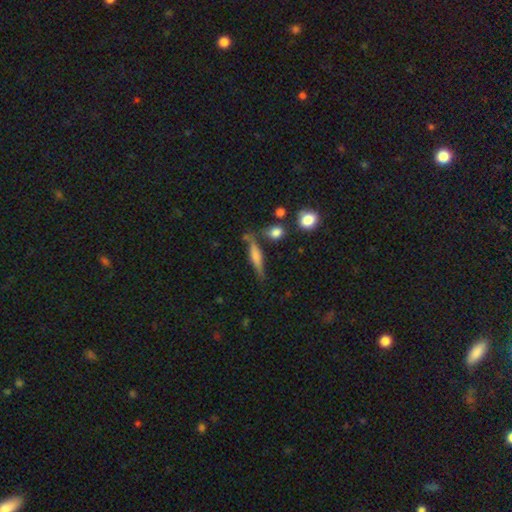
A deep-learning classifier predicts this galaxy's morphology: smooth 48%, featured or disk 44%, star or artifact 8%. Down the decision tree: merging — none (68%).